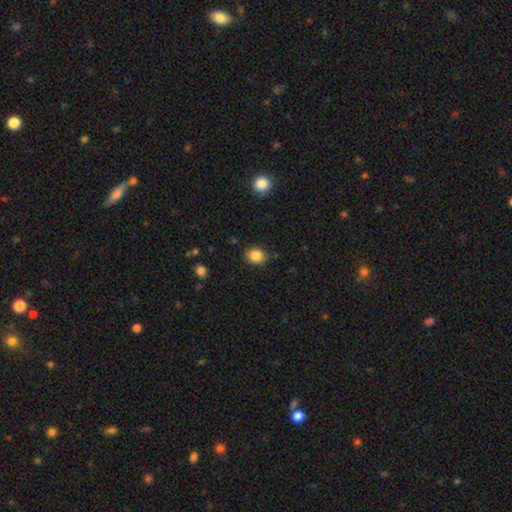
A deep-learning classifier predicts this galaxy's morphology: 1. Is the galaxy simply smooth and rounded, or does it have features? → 86% smooth, 9% star or artifact, 4% featured or disk.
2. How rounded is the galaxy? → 50% in between, 49% round, 1% cigar-shaped.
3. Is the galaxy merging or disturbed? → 86% none, 10% minor disturbance, 3% major disturbance, 2% merger.